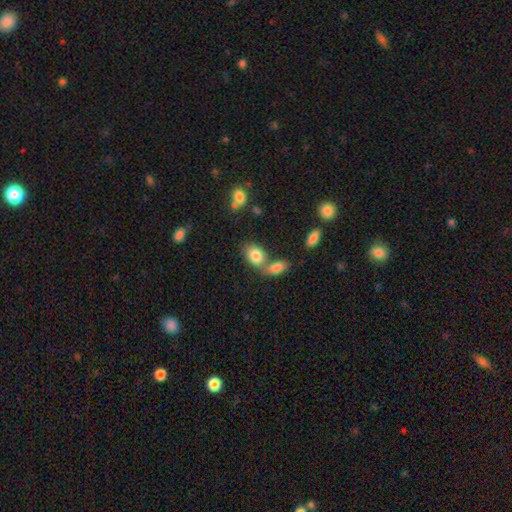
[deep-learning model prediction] smooth 83%, featured or disk 9%, star or artifact 8%. Down the decision tree: how rounded — in between (82%); merging — none (45%).